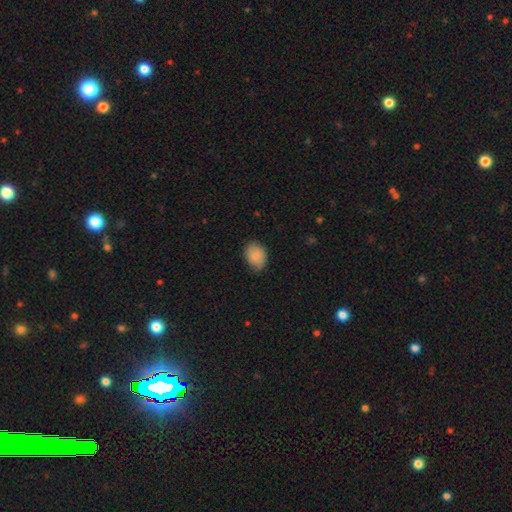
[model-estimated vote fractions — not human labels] Smooth or featured: smooth — 83% (featured or disk — 10%)
How rounded: in between — 69% (round — 30%)
Merging: none — 73% (minor disturbance — 22%)